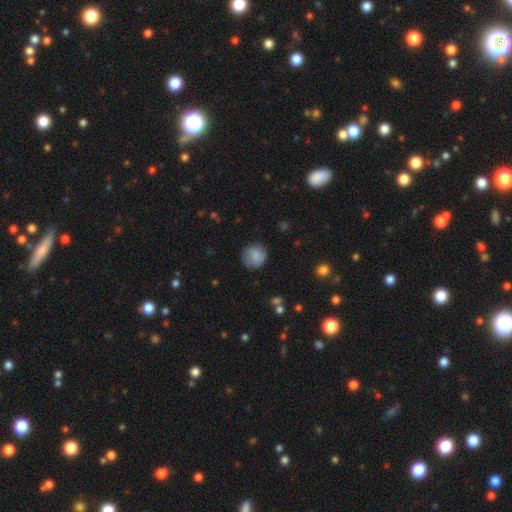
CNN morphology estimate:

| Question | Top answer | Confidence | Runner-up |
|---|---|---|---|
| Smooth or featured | smooth | 81% | featured or disk (12%) |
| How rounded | round | 91% | in between (8%) |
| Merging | none | 80% | minor disturbance (14%) |